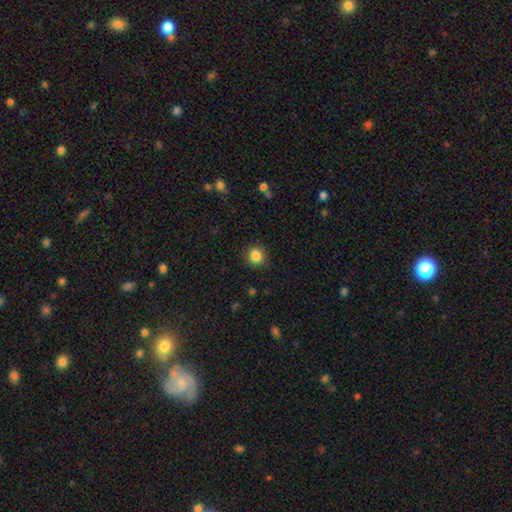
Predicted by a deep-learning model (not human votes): smooth 85%, star or artifact 11%, featured or disk 4%. Down the decision tree: how rounded — round (89%); merging — none (89%).